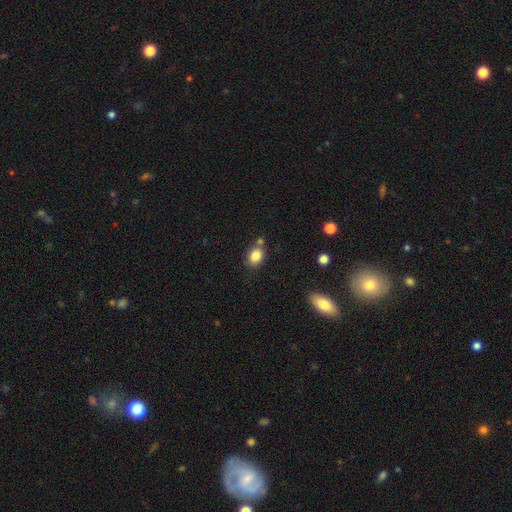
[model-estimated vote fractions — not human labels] Smooth or featured? smooth (84%)
How rounded? in between (61%)
Merging? none (66%)